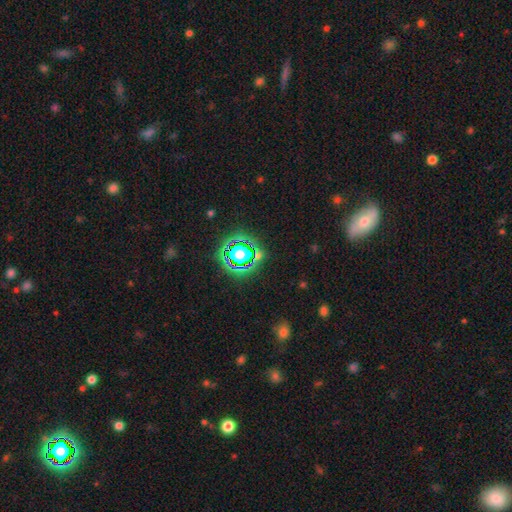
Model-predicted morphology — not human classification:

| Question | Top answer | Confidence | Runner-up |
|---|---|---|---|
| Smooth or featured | star or artifact | 69% | smooth (22%) |